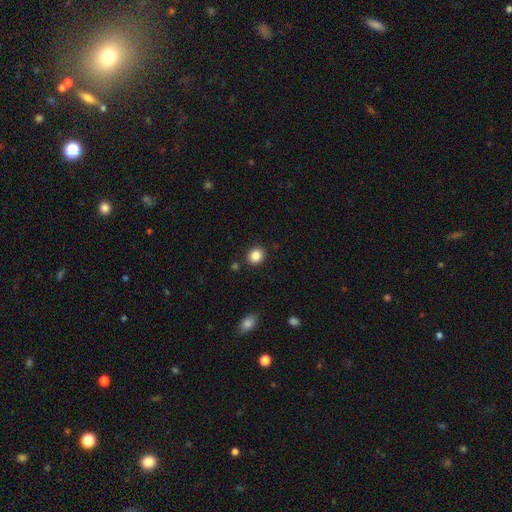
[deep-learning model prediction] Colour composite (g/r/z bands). It shows a smooth galaxy with no disk features (85%) that is round (67%). Merging: none (88%).